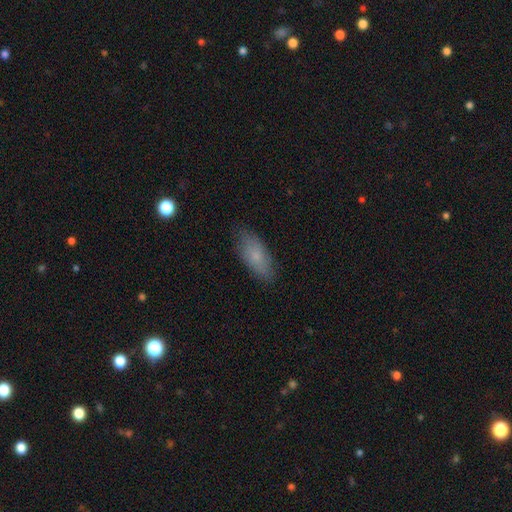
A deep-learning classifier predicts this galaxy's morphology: Smooth or featured: smooth — 73% (featured or disk — 20%)
How rounded: in between — 81% (cigar-shaped — 16%)
Merging: none — 79% (minor disturbance — 16%)